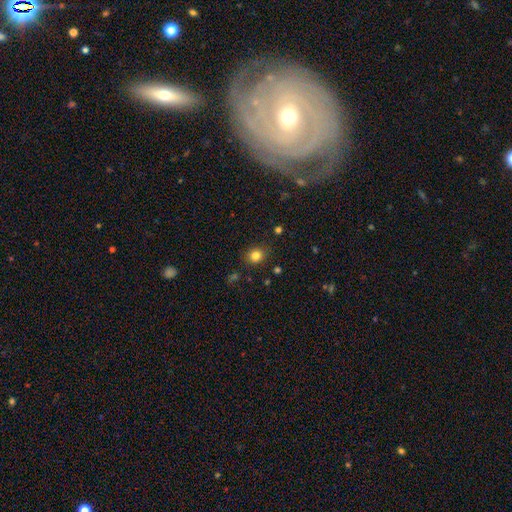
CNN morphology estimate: This appears to be a smooth galaxy with no disk features (82%) that is round (78%). Merging: none (87%).